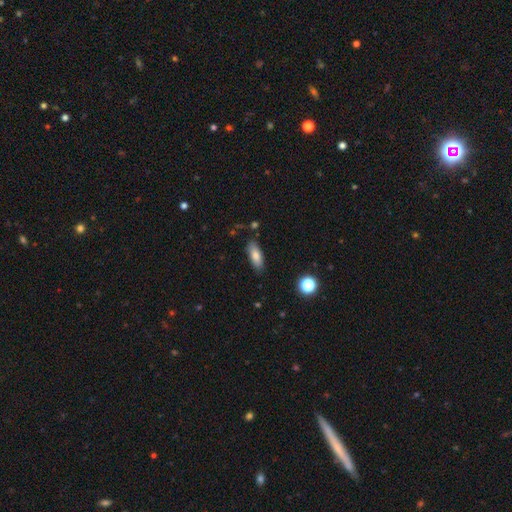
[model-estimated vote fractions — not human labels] smooth 79%, featured or disk 13%, star or artifact 8%. Down the decision tree: how rounded — in between (71%); merging — none (84%).